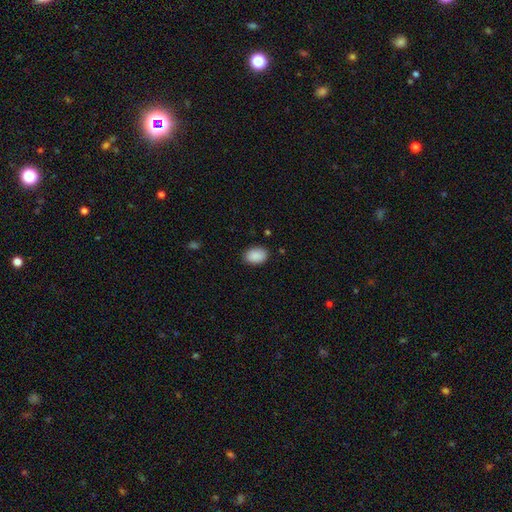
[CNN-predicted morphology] This is clearly a smooth galaxy (90%). How rounded: clearly in between (82%). Merging: clearly none (87%).